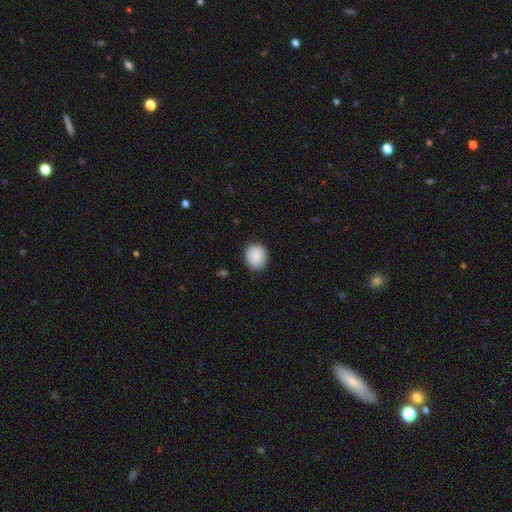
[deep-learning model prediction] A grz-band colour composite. It shows a smooth galaxy with no disk features (88%) that is round (73%). Merging: none (88%).